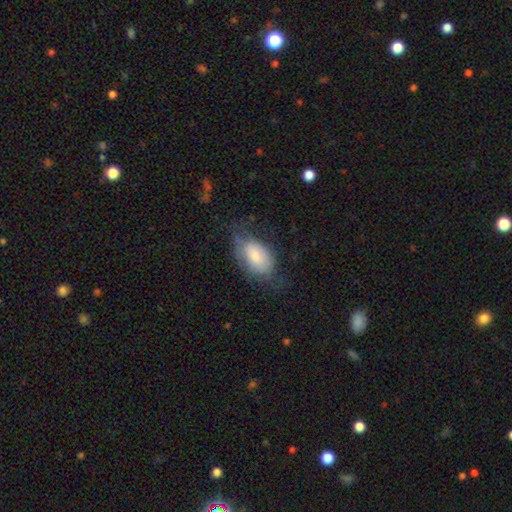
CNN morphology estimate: Smooth or featured? Predicted: smooth (p=0.70). How rounded? Predicted: in between (p=0.91). Merging? Predicted: none (p=0.45).